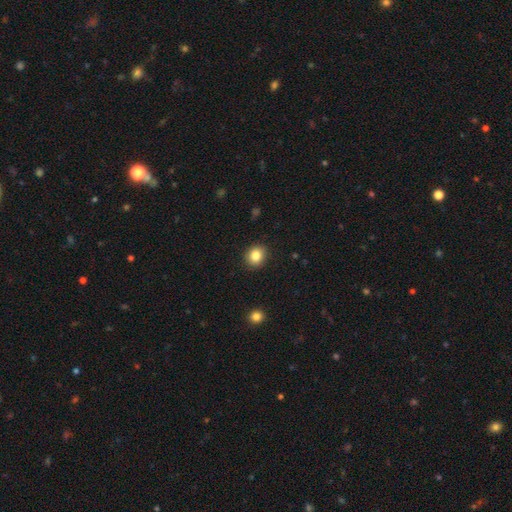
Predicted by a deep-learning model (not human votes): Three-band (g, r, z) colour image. It shows a smooth galaxy with no disk features (84%) that is round (74%). Merging: none (90%).